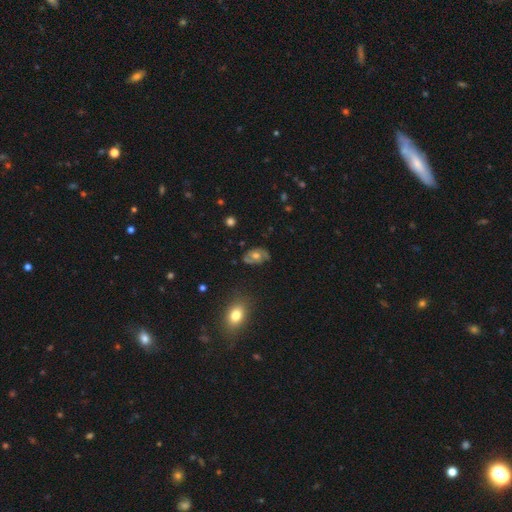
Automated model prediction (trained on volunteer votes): Smooth or featured? Predicted: featured or disk (p=0.58). Edge-on disk? Predicted: no (p=0.94). Bar? Predicted: no (p=0.72). Spiral arms? Predicted: yes (p=0.68). Bulge size? Predicted: moderate (p=0.66). Merging? Predicted: none (p=0.71).